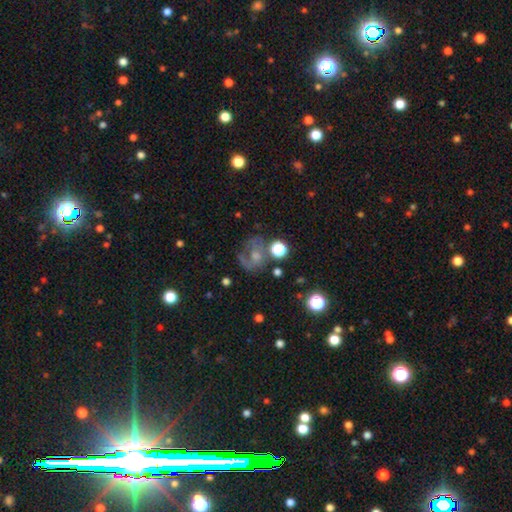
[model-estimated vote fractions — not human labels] Smooth or featured? featured or disk (47%)
Merging? none (44%)